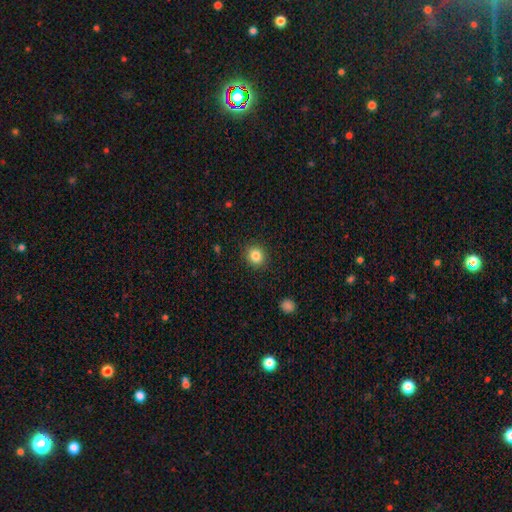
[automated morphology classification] smooth-or-featured: smooth: 84% | star or artifact: 10% | featured or disk: 5%
  how-rounded: round: 81% | in between: 19% | cigar-shaped: 1%
  merging: none: 89% | minor disturbance: 7% | major disturbance: 2% | merger: 1%